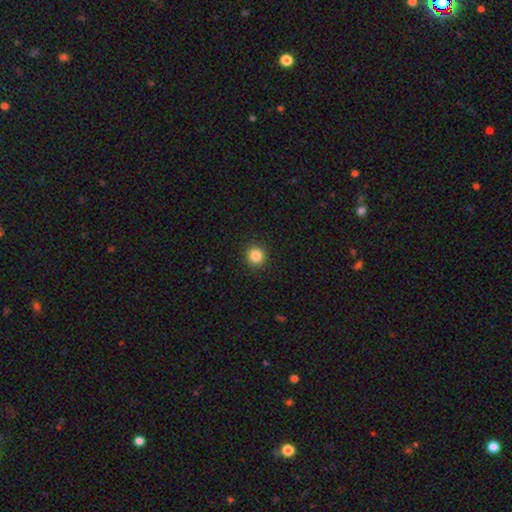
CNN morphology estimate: Smooth or featured? Predicted: smooth (p=0.85). How rounded? Predicted: round (p=0.93). Merging? Predicted: none (p=0.92).